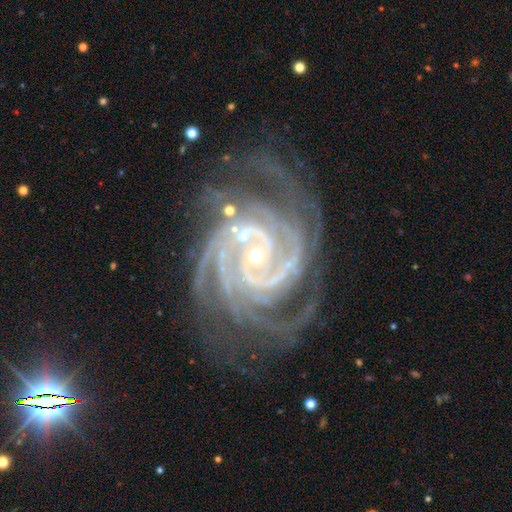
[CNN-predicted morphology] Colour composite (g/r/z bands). It shows a featured or disk galaxy (93%) with no bar (53%), 4 (34%) tight (75%) spiral arms (99%) and a small central bulge (77%). Merging: none (67%).